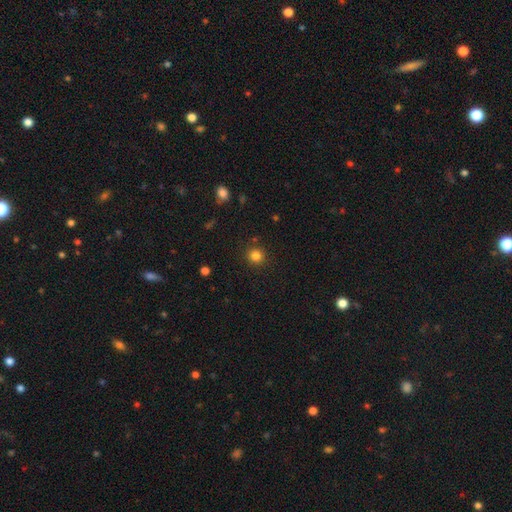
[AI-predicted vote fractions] smooth 82%, star or artifact 13%, featured or disk 4%. Down the decision tree: how rounded — round (92%); merging — none (89%).